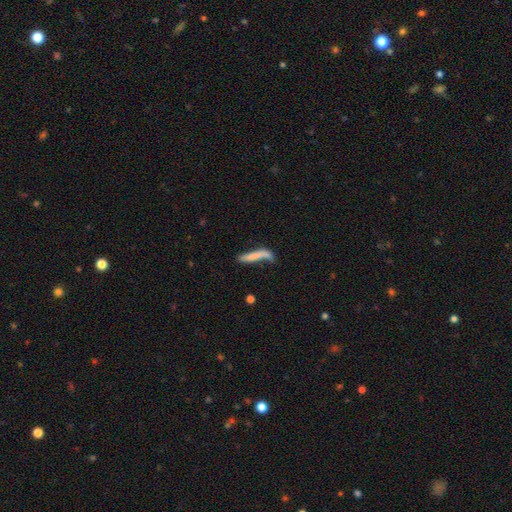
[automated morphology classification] This is likely a smooth galaxy (65%). How rounded: clearly cigar-shaped (87%). Merging: marginally none (41%).